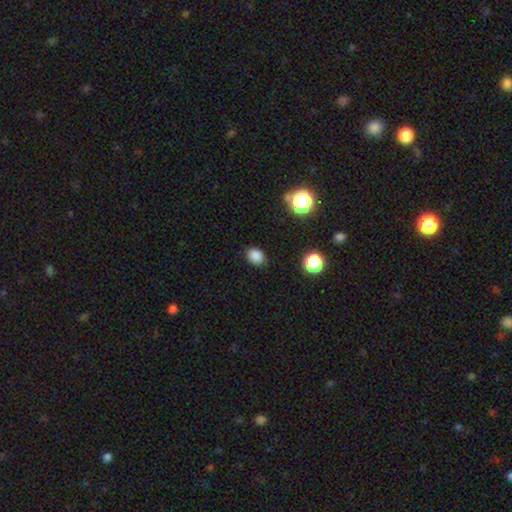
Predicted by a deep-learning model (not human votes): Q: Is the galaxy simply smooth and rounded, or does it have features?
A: smooth — 84%.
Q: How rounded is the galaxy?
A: in between — 54%.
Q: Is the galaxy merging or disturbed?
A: none — 85%.